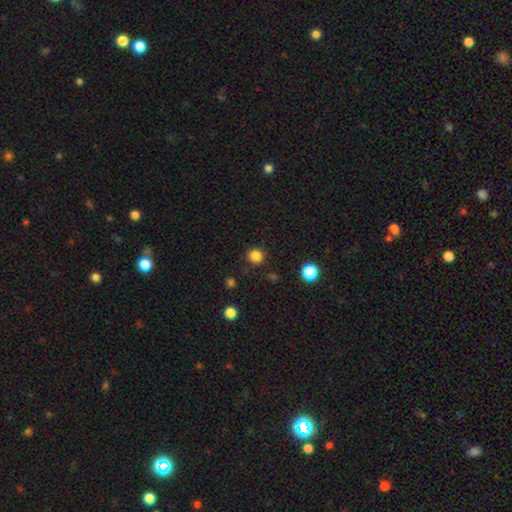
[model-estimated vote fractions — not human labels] This is clearly a smooth galaxy (84%). How rounded: clearly round (90%). Merging: clearly none (87%).